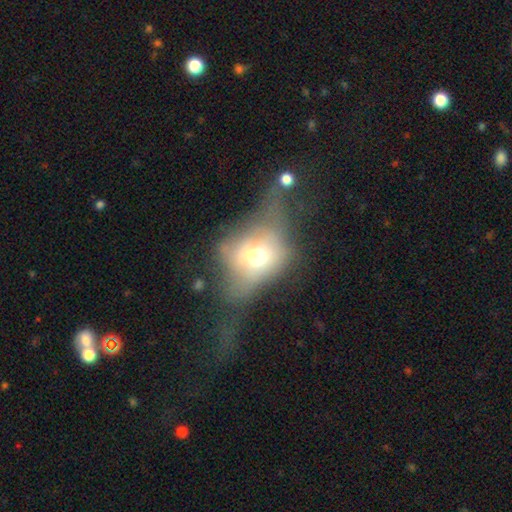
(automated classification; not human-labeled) A smooth galaxy with no disk features (53%) that is in between round and cigar-shaped (57%).

Vote fractions:
- Smooth or featured? smooth: 53% / featured or disk: 35% / star or artifact: 12%
- How rounded? in between: 57% / round: 40% / cigar-shaped: 3%
- Merging? major disturbance: 48% / none: 22% / minor disturbance: 20% / merger: 9%